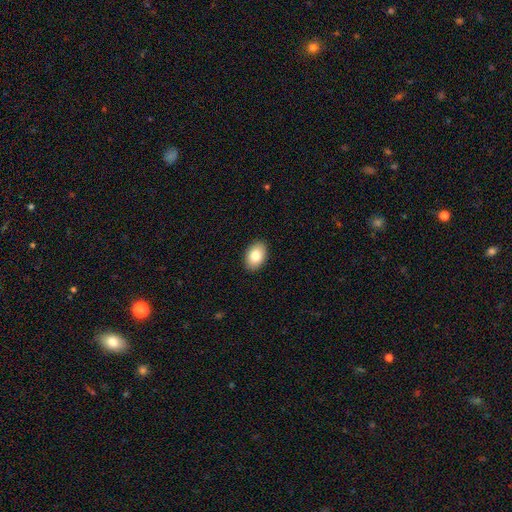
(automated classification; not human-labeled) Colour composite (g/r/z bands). It shows a smooth galaxy with no disk features (82%) that is in between round and cigar-shaped (87%). Merging: none (90%).